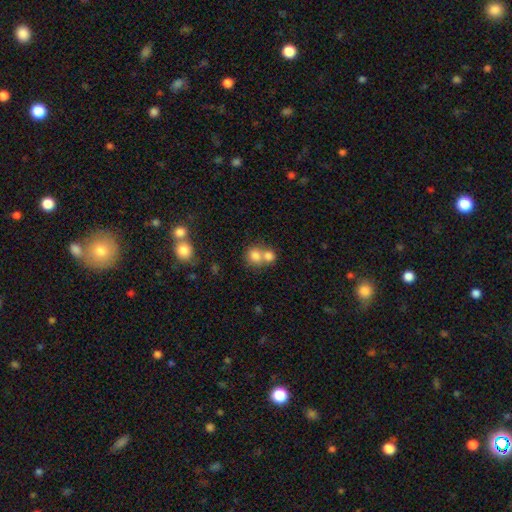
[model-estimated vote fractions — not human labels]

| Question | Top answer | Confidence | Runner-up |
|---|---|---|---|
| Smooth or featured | smooth | 78% | featured or disk (12%) |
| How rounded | round | 76% | in between (23%) |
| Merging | merger | 56% | none (34%) |